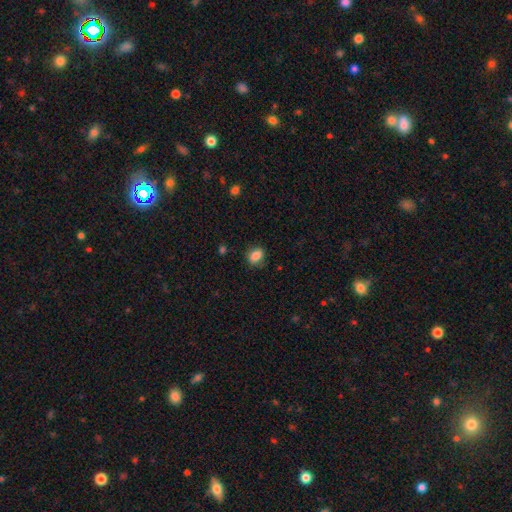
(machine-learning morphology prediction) This appears to be a smooth galaxy with no disk features (86%) that is in between round and cigar-shaped (68%). Merging: none (80%).